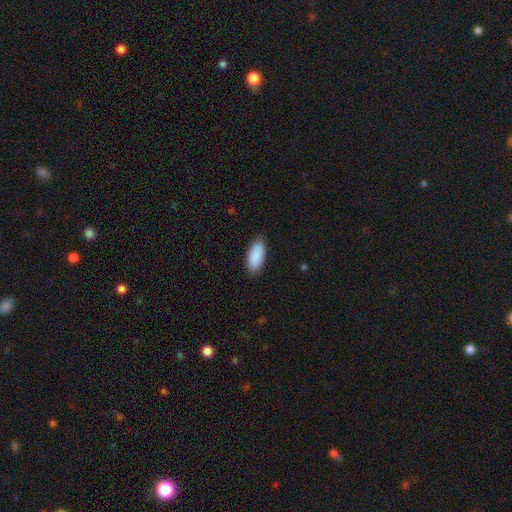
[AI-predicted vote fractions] This is clearly a smooth galaxy (90%). How rounded: clearly in between (87%). Merging: clearly none (86%).